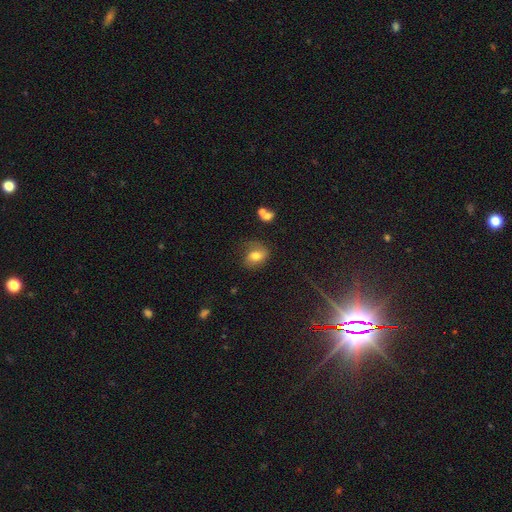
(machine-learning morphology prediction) Smooth or featured? Predicted: smooth (p=0.64). How rounded? Predicted: in between (p=0.62). Merging? Predicted: none (p=0.61).